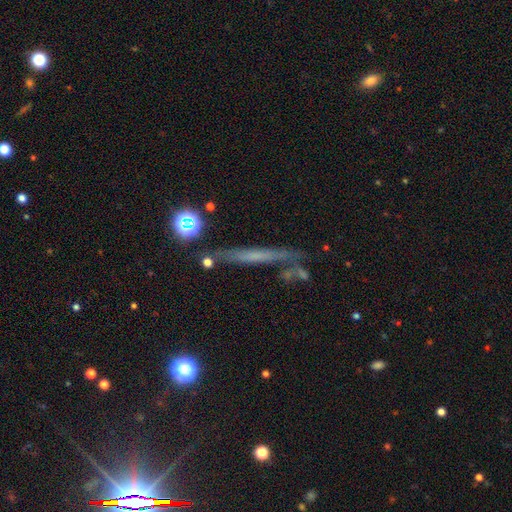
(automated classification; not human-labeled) featured or disk 45%, smooth 41%, star or artifact 14%. Down the decision tree: merging — none (73%).